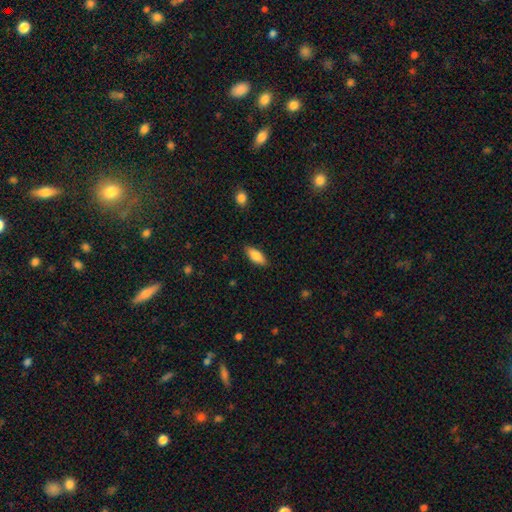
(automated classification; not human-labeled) Overall: smooth (83%). How rounded: in between (82%). Merging: none (86%).